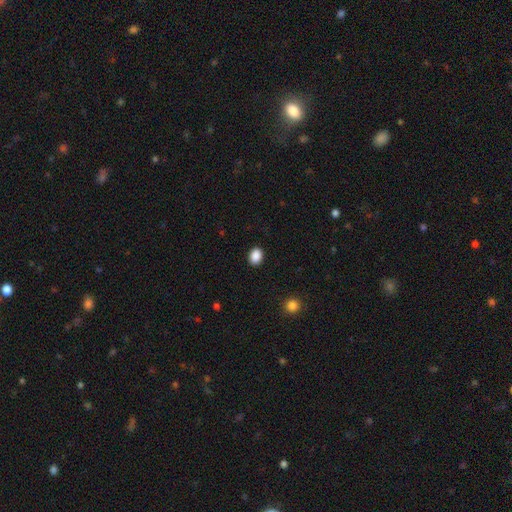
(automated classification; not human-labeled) Morphology: type=smooth (89%); roundness=in between (63%); merging=none (90%).